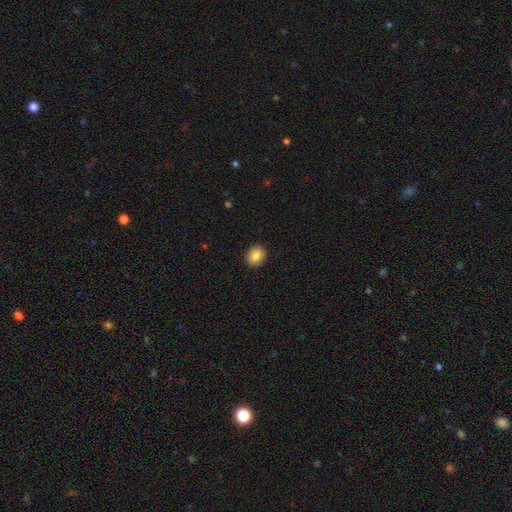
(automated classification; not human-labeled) This appears to be a smooth galaxy with no disk features (85%) that is round (74%). Merging: none (91%).